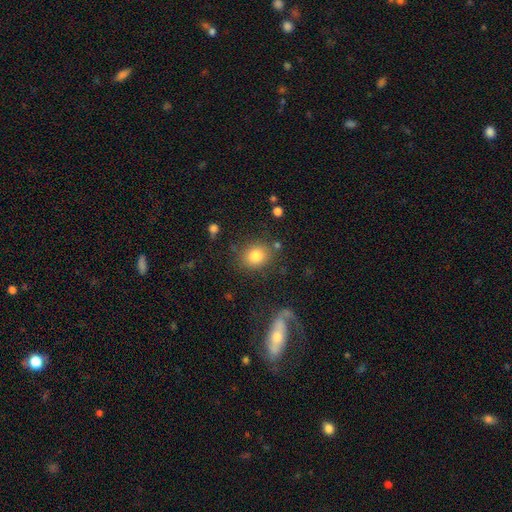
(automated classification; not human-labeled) The model was most divided on "how rounded": round: 66%, in between: 33%, cigar-shaped: 1%. More confident: smooth or featured — smooth (81%); merging — none (80%).